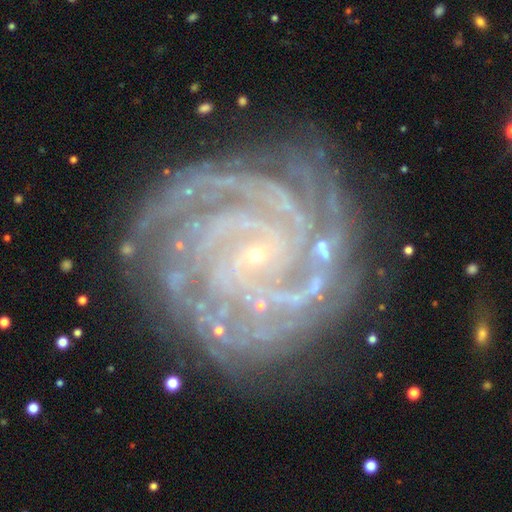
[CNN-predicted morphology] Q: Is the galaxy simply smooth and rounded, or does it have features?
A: featured or disk — 91%.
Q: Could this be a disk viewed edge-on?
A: no — 98%.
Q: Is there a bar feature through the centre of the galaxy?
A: no — 64%.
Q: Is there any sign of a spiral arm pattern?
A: yes — 99%.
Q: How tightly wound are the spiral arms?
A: tight — 81%.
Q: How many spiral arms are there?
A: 4 — 24%.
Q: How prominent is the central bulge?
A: small — 89%.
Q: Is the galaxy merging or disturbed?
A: none — 78%.